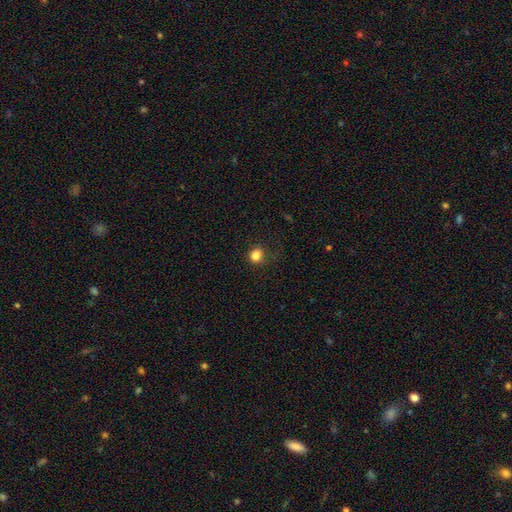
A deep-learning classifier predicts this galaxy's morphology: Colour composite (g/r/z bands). It shows a smooth galaxy with no disk features (84%) that is round (76%). Merging: none (76%).